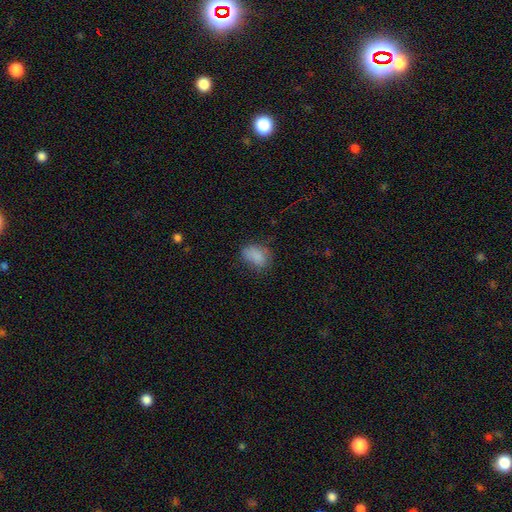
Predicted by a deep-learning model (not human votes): Smooth or featured? smooth (82%)
How rounded? in between (77%)
Merging? none (60%)